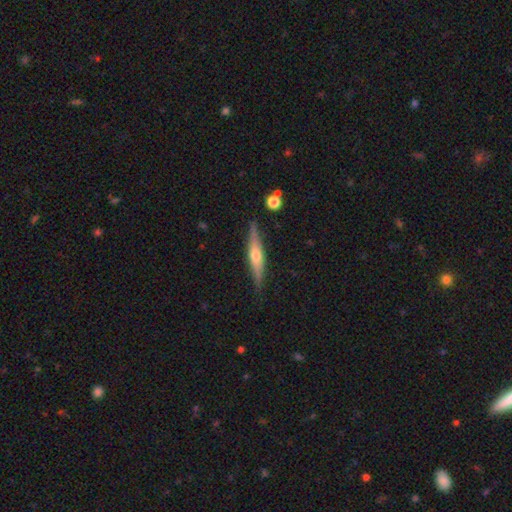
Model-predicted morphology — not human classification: The model was most divided on "smooth or featured": featured or disk: 67%, smooth: 27%, star or artifact: 6%. More confident: edge-on disk — yes (96%); edge-on bulge — rounded (87%); merging — none (86%).